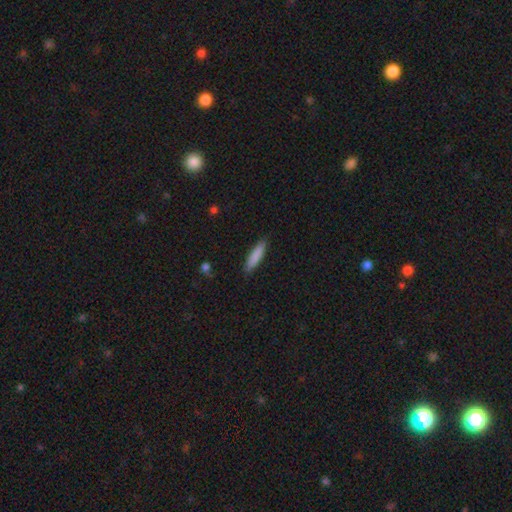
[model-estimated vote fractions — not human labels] A smooth galaxy with no disk features (85%) that is cigar-shaped (78%).

Vote fractions:
- Smooth or featured? smooth: 85% / featured or disk: 9% / star or artifact: 6%
- How rounded? cigar-shaped: 78% / in between: 20% / round: 1%
- Merging? none: 87% / minor disturbance: 10% / major disturbance: 2% / merger: 1%